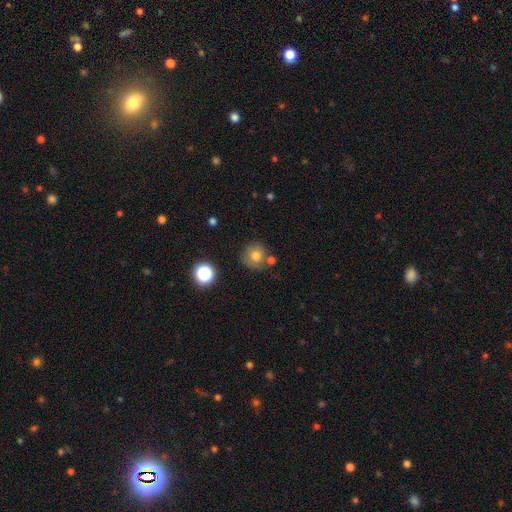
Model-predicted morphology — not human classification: smooth 75%, star or artifact 13%, featured or disk 12%. Down the decision tree: how rounded — round (91%); merging — none (70%).